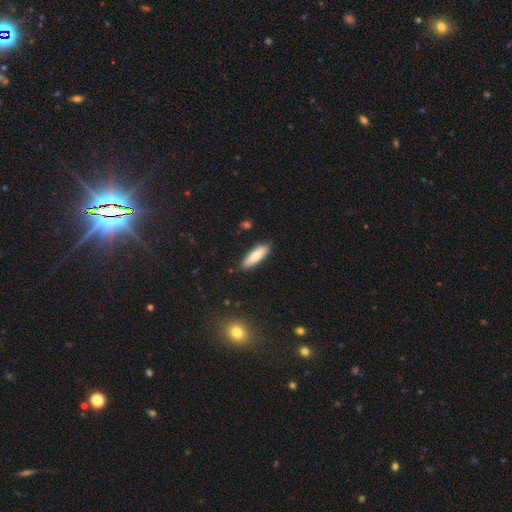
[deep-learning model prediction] Q: Smooth or featured?
A: smooth (81%); runner-up: featured or disk (13%)
Q: How rounded?
A: cigar-shaped (53%); runner-up: in between (45%)
Q: Merging?
A: none (84%); runner-up: minor disturbance (13%)